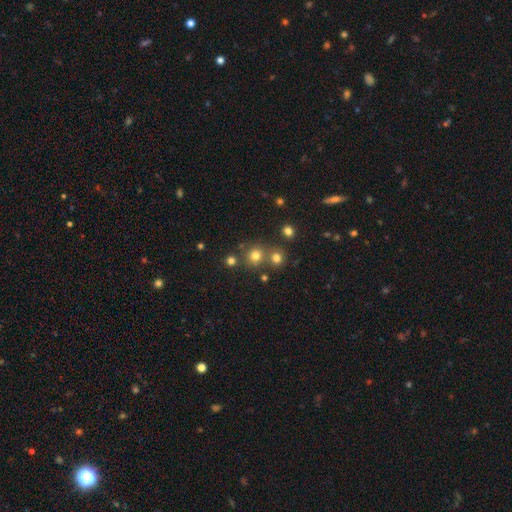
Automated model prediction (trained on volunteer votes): Smooth or featured?
  - smooth: 73% *
  - star or artifact: 19%
  - featured or disk: 8%
How rounded?
  - round: 89% *
  - in between: 10%
  - cigar-shaped: 1%
Merging?
  - none: 69% *
  - merger: 20%
  - minor disturbance: 8%
  - major disturbance: 3%